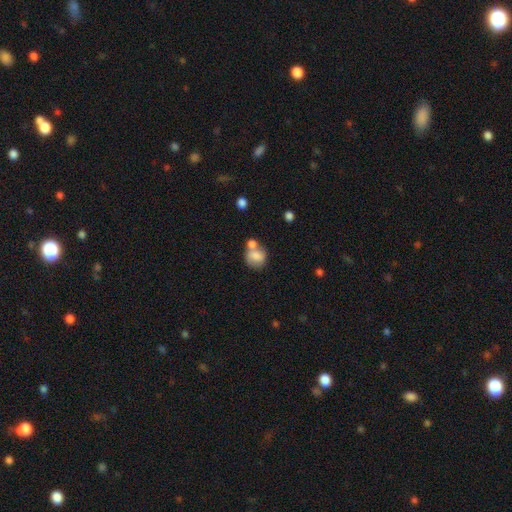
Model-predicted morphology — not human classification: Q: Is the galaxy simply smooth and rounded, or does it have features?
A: smooth — 75%.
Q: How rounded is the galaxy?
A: round — 70%.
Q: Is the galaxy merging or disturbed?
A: merger — 46%.